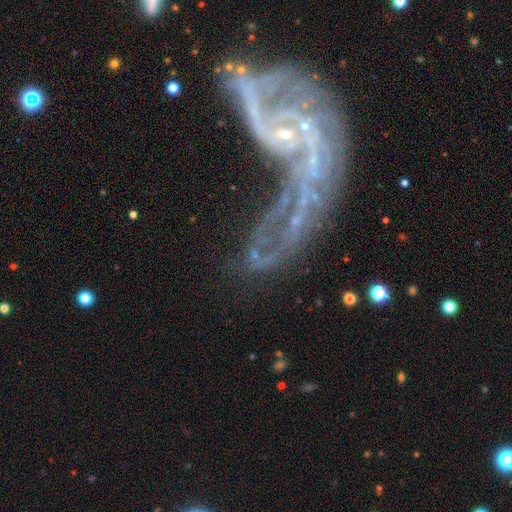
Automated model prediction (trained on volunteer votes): Overall: featured or disk (58%; star or artifact 25%). Edge-on disk: no (89%). Bar: no (53%; weak 26%). Spiral arms: yes (71%). Bulge size: small (48%; moderate 25%). Merging: none (46%; major disturbance 21%).